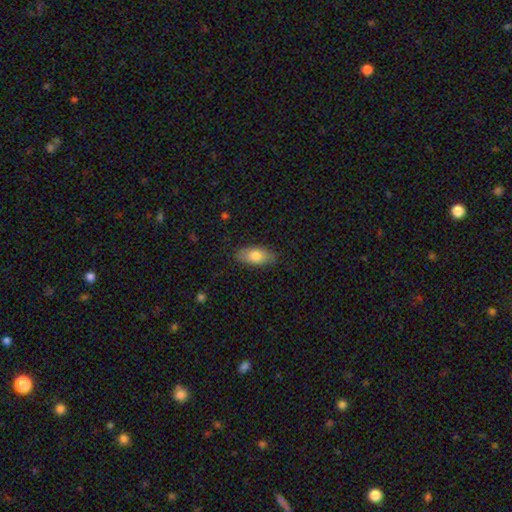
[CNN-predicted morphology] A smooth galaxy with no disk features (79%) that is in between round and cigar-shaped (88%).

Vote fractions:
- Smooth or featured? smooth: 79% / featured or disk: 15% / star or artifact: 6%
- How rounded? in between: 88% / cigar-shaped: 9% / round: 3%
- Merging? none: 86% / minor disturbance: 10% / major disturbance: 2% / merger: 1%